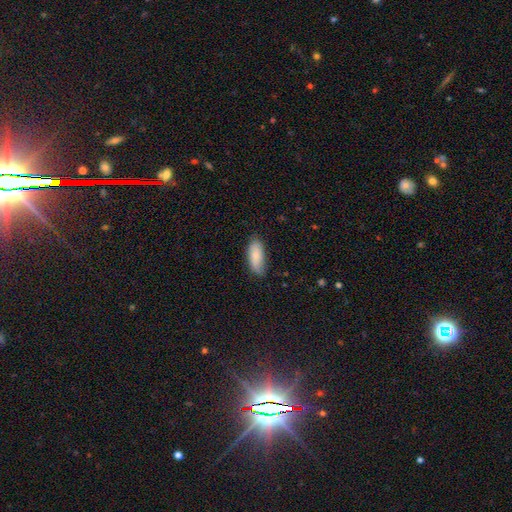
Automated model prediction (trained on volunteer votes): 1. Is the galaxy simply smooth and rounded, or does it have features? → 81% smooth, 13% featured or disk, 6% star or artifact.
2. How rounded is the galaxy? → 81% in between, 17% cigar-shaped, 2% round.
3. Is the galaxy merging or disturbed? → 73% none, 22% minor disturbance, 4% major disturbance, 1% merger.